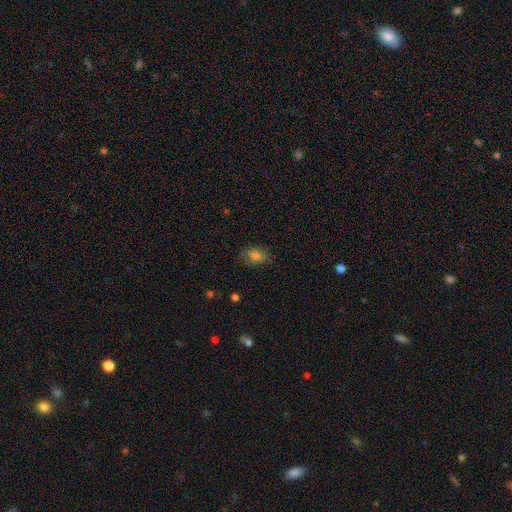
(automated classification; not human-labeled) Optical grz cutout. It shows a smooth galaxy with no disk features (75%) that is in between round and cigar-shaped (74%). Merging: none (76%).